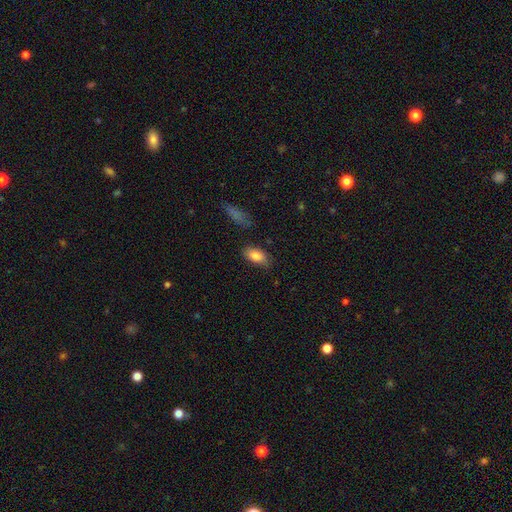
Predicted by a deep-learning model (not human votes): Overall: smooth (84%). How rounded: in between (92%). Merging: none (77%).